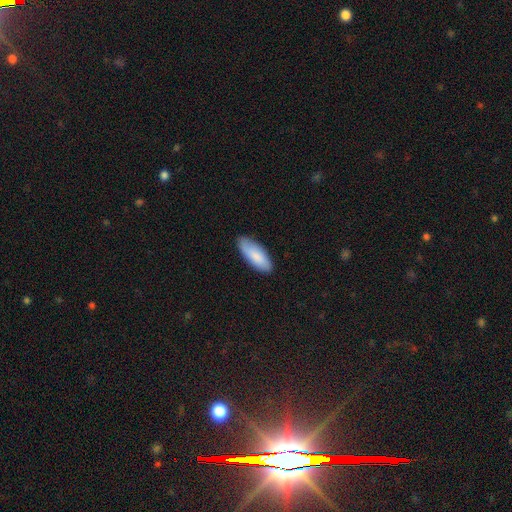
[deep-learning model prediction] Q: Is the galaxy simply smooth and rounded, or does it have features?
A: smooth — 85%.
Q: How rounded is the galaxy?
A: in between — 75%.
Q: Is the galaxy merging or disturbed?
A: none — 83%.